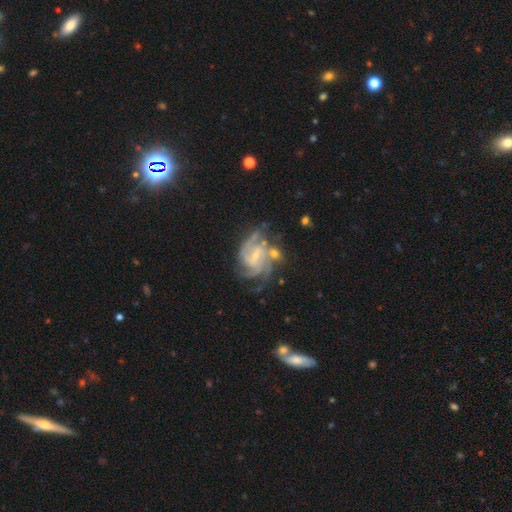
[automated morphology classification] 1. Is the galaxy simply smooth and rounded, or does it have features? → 87% featured or disk, 7% smooth, 6% star or artifact.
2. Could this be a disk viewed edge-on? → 98% no, 2% yes.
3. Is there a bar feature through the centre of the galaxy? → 53% weak, 31% no, 17% strong.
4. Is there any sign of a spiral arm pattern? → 96% yes, 4% no.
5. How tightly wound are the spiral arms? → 45% tight, 44% medium, 11% loose.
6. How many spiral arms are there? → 33% 3, 22% 4, 19% can't tell, 15% 2, 6% more than 4, 5% 1.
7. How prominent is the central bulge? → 64% small, 25% moderate, 9% none, 2% large, 1% dominant.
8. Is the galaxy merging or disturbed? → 55% none, 20% minor disturbance, 14% major disturbance, 10% merger.